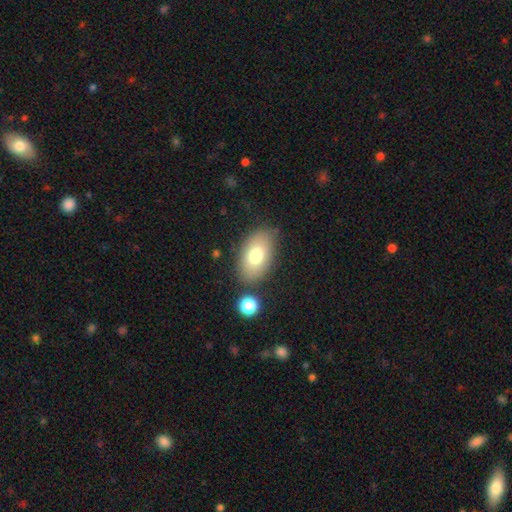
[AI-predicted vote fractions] A smooth galaxy with no disk features (76%) that is in between round and cigar-shaped (92%). Merging: none (77%).